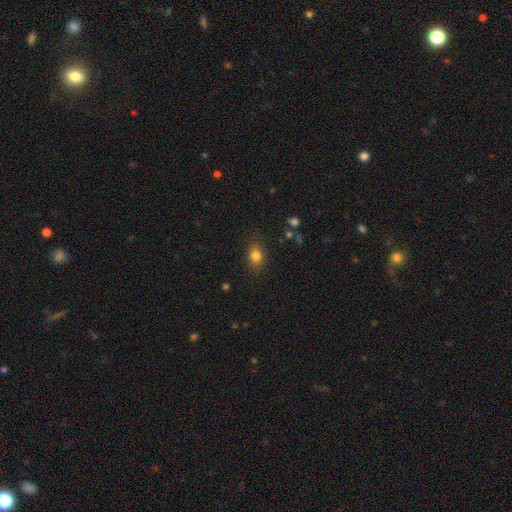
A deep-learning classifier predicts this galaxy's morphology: smooth-or-featured: smooth: 81% | star or artifact: 11% | featured or disk: 8%
  how-rounded: in between: 73% | round: 25% | cigar-shaped: 2%
  merging: none: 84% | minor disturbance: 11% | major disturbance: 3% | merger: 1%